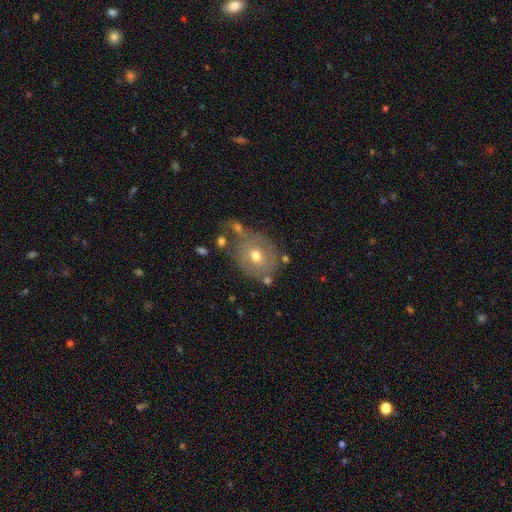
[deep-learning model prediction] smooth_or_featured: smooth (p=0.57) [alt: featured or disk p=0.32]
how_rounded: round (p=0.70) [alt: in between p=0.29]
merging: none (p=0.57) [alt: minor disturbance p=0.19]